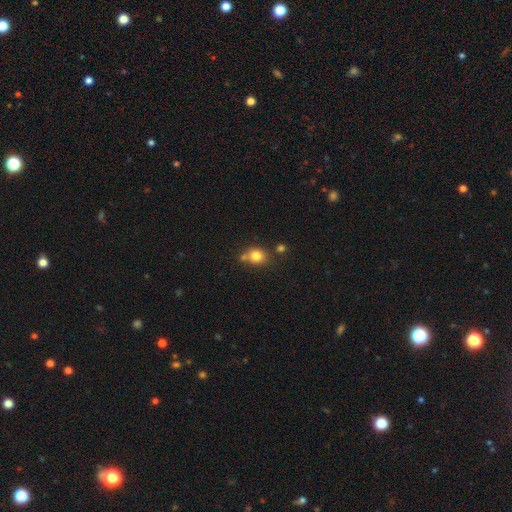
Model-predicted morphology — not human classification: Smooth or featured?
  - smooth: 80% *
  - star or artifact: 11%
  - featured or disk: 8%
How rounded?
  - round: 66% *
  - in between: 33%
  - cigar-shaped: 1%
Merging?
  - none: 61% *
  - merger: 20%
  - minor disturbance: 14%
  - major disturbance: 4%